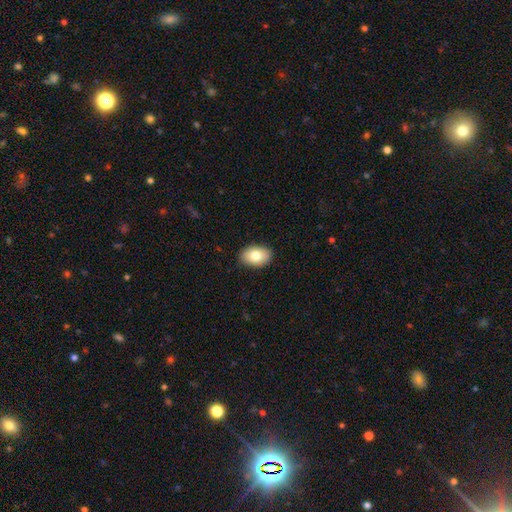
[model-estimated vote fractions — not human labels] The model was most divided on "smooth or featured": smooth: 80%, featured or disk: 13%, star or artifact: 7%. More confident: merging — none (88%); how rounded — in between (87%).